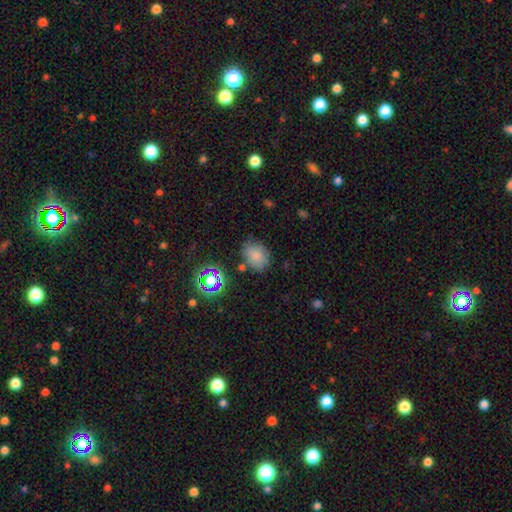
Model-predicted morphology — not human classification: Smooth or featured? smooth (76%)
How rounded? in between (58%)
Merging? none (74%)